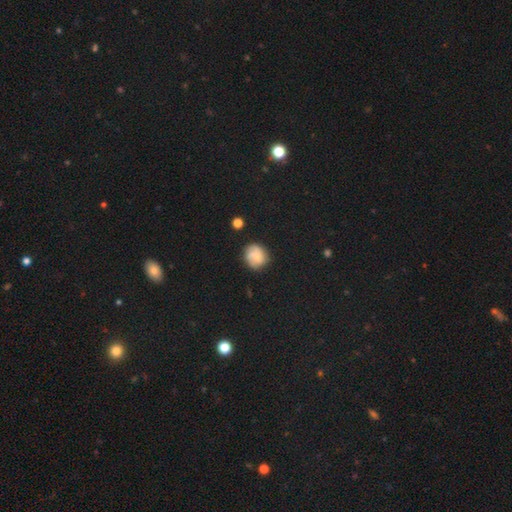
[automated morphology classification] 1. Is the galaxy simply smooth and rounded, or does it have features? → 56% smooth, 33% featured or disk, 11% star or artifact.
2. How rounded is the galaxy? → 81% round, 18% in between, 1% cigar-shaped.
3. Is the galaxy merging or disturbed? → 77% none, 16% minor disturbance, 4% major disturbance, 2% merger.